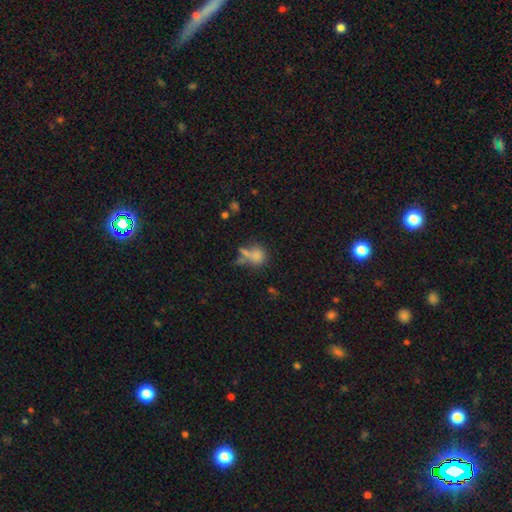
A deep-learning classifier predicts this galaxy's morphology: Q: Smooth or featured?
A: smooth (74%); runner-up: star or artifact (14%)
Q: How rounded?
A: round (64%); runner-up: in between (33%)
Q: Merging?
A: none (41%); runner-up: merger (32%)